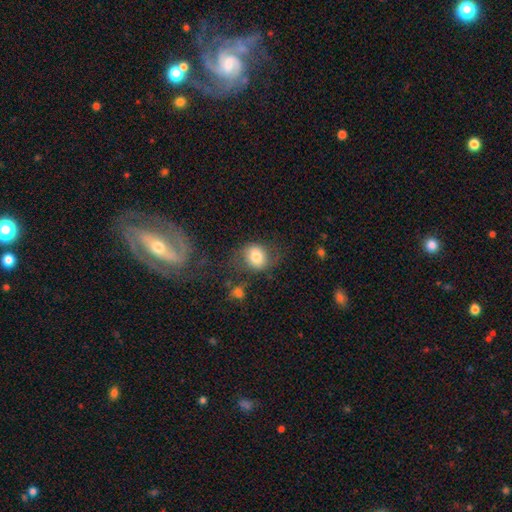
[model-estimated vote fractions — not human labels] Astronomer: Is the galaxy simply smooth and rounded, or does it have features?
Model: smooth — 76%.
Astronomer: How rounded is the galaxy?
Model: round — 59% (runner-up: in between, 40%).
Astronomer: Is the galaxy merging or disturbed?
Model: none — 59%.